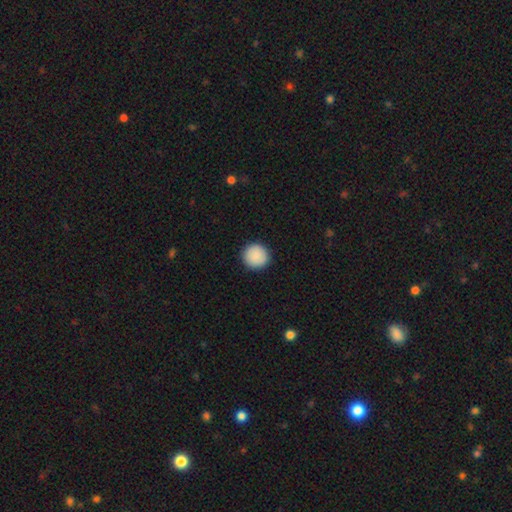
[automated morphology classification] Smooth or featured? smooth (90%)
How rounded? round (95%)
Merging? none (93%)